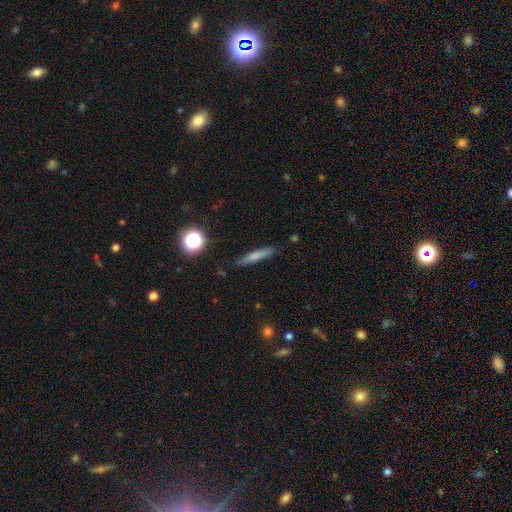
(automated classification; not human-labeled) Smooth or featured?
  - smooth: 64% *
  - featured or disk: 27%
  - star or artifact: 9%
How rounded?
  - cigar-shaped: 90% *
  - in between: 8%
  - round: 3%
Merging?
  - none: 86% *
  - minor disturbance: 11%
  - major disturbance: 2%
  - merger: 2%